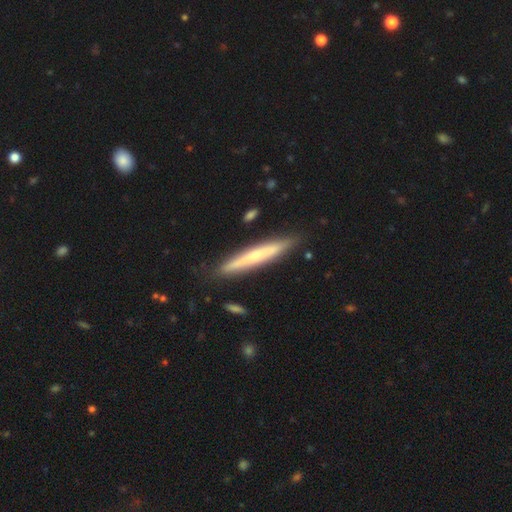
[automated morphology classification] A featured or disk galaxy (49%).

Vote fractions:
- Smooth or featured? featured or disk: 49% / smooth: 45% / star or artifact: 6%
- Merging? none: 87% / minor disturbance: 10% / major disturbance: 2% / merger: 2%